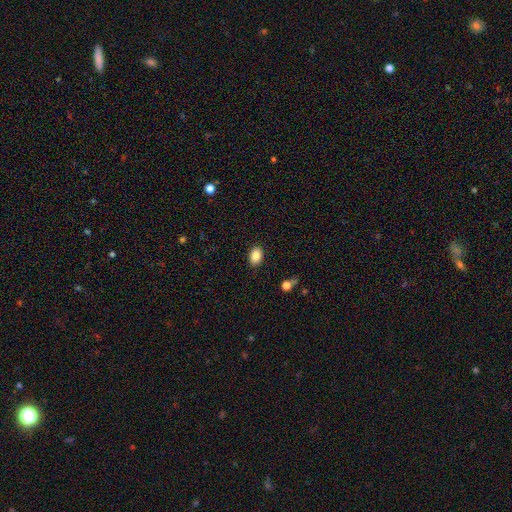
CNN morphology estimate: smooth_or_featured: smooth (p=0.86) [alt: star or artifact p=0.08]
how_rounded: in between (p=0.84) [alt: round p=0.15]
merging: none (p=0.88) [alt: minor disturbance p=0.09]